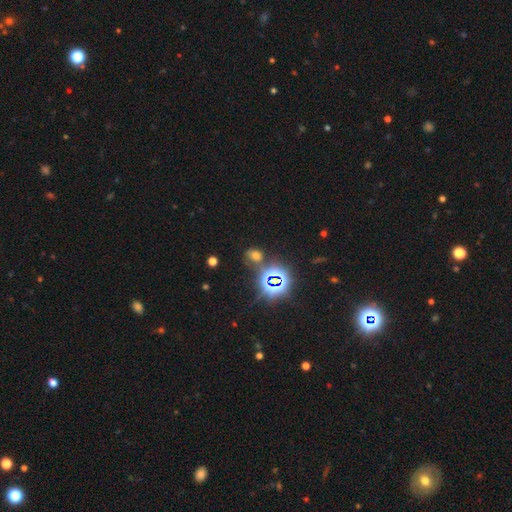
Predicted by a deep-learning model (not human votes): Smooth or featured? Predicted: smooth (p=0.47). Merging? Predicted: none (p=0.70).